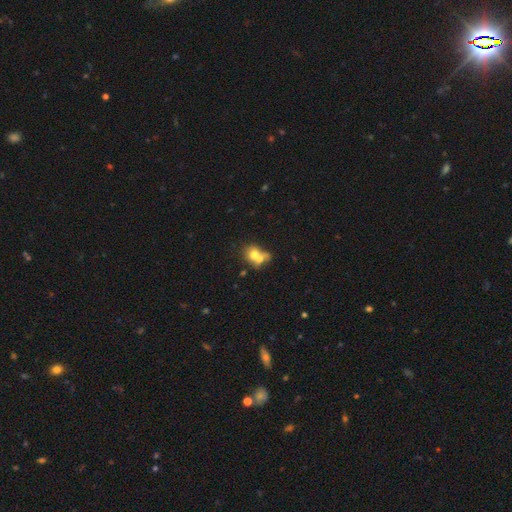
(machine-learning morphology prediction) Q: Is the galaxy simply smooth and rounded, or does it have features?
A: smooth — 66%.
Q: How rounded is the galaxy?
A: round — 61%.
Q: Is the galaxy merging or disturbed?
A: merger — 61%.